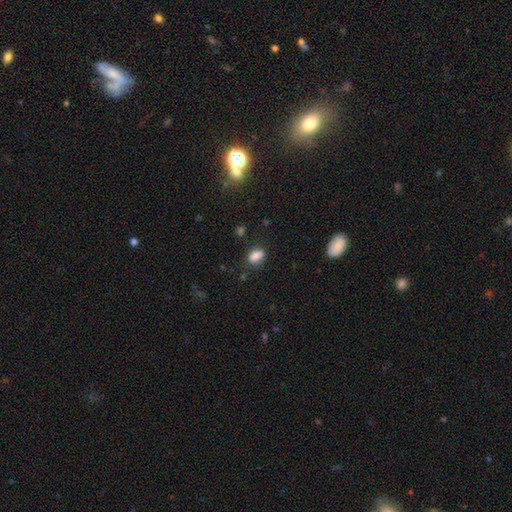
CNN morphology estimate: Smooth or featured: smooth — 82% (star or artifact — 11%)
How rounded: in between — 76% (round — 21%)
Merging: none — 67% (minor disturbance — 21%)